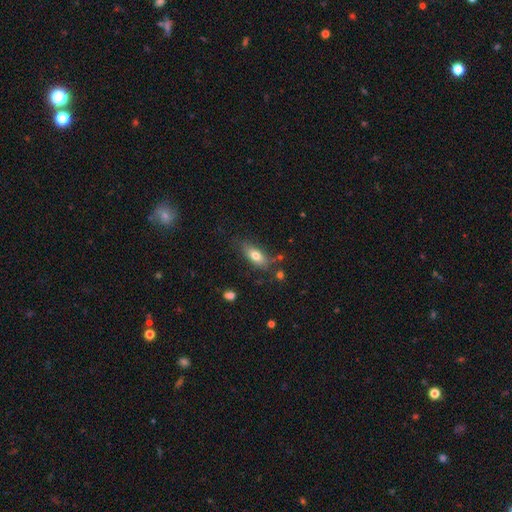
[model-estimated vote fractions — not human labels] This appears to be a smooth galaxy with no disk features (75%) that is in between round and cigar-shaped (81%). Merging: none (69%).